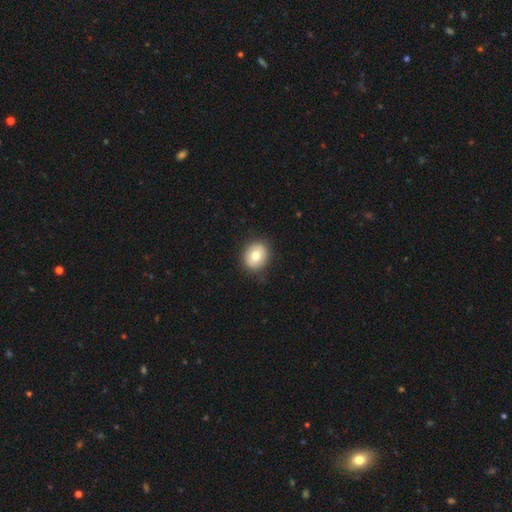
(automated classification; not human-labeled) smooth 77%, featured or disk 15%, star or artifact 8%. Down the decision tree: how rounded — round (57%); merging — none (86%).